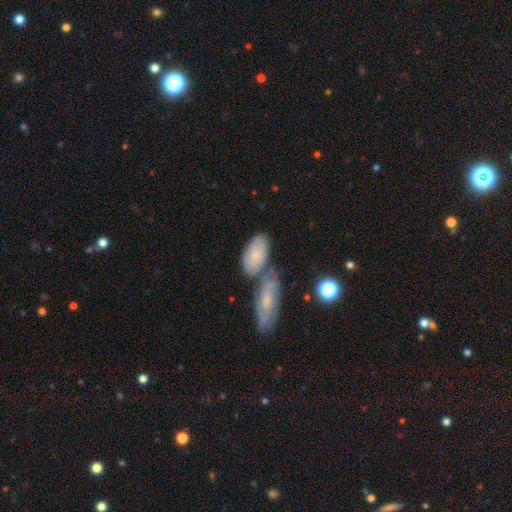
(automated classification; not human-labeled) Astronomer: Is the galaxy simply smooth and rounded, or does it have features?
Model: smooth — 67%.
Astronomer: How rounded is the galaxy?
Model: in between — 90%.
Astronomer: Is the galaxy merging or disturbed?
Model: none — 42% (runner-up: merger, 38%).